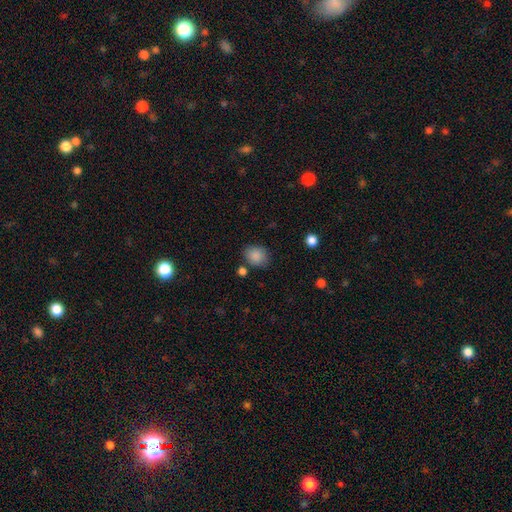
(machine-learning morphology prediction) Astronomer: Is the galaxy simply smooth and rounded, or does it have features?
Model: smooth — 87%.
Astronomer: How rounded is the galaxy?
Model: round — 51% (runner-up: in between, 48%).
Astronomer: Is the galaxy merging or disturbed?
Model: none — 75%.